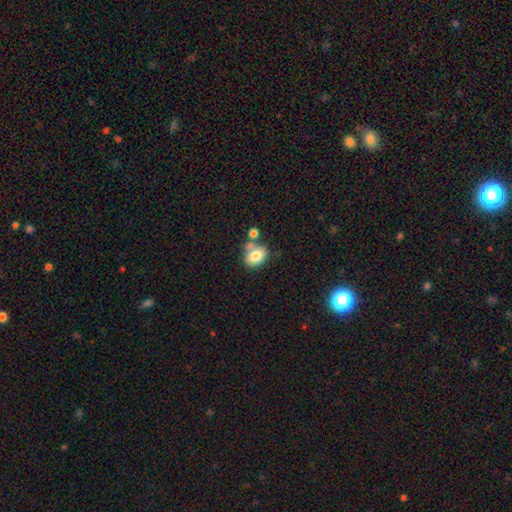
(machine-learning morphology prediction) The model was most divided on "merging": none: 51%, merger: 30%, minor disturbance: 15%, major disturbance: 5%. More confident: smooth or featured — smooth (80%); how rounded — in between (67%).